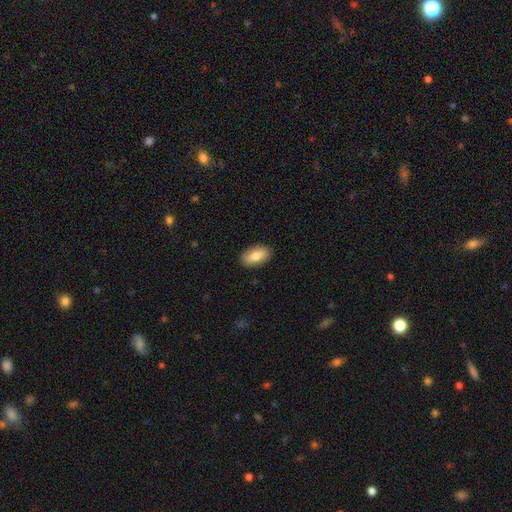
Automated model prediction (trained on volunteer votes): This appears to be a smooth galaxy with no disk features (80%) that is in between round and cigar-shaped (92%). Merging: none (88%).